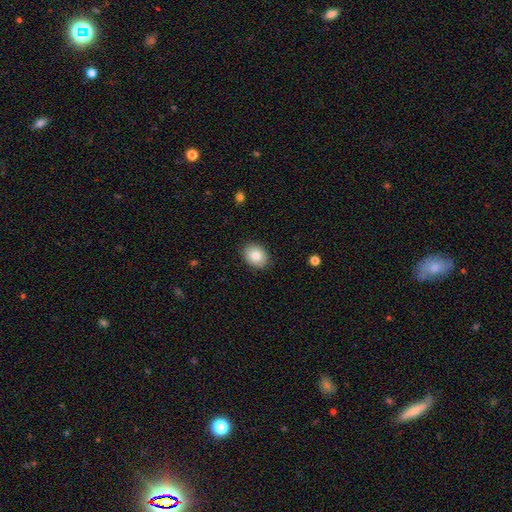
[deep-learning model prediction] smooth_or_featured: smooth (p=0.83) [alt: featured or disk p=0.10]
how_rounded: in between (p=0.56) [alt: round p=0.43]
merging: none (p=0.88) [alt: minor disturbance p=0.09]